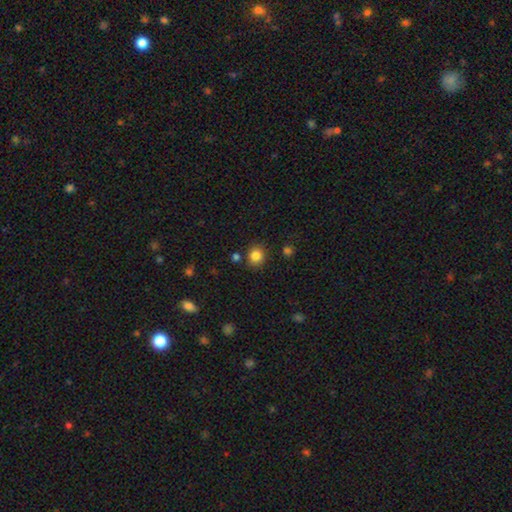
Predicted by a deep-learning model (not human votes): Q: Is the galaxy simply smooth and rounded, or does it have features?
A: smooth — 84%.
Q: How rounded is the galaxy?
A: round — 82%.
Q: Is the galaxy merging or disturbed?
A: none — 83%.